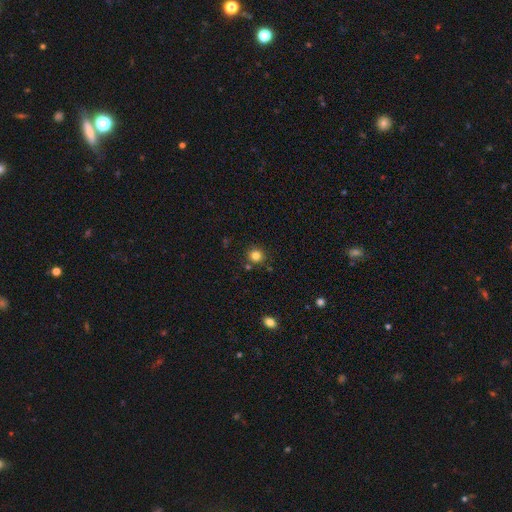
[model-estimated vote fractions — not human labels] This is clearly a smooth galaxy (82%). How rounded: clearly round (91%). Merging: clearly none (84%).